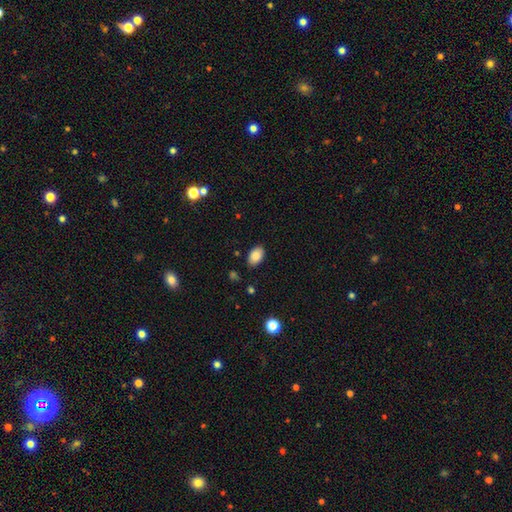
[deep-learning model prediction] This is clearly a smooth galaxy (87%). How rounded: clearly in between (91%). Merging: clearly none (84%).